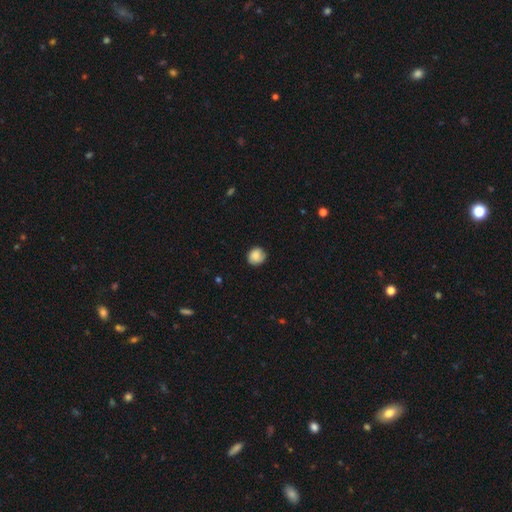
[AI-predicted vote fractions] Smooth or featured? Predicted: smooth (p=0.79). How rounded? Predicted: round (p=0.82). Merging? Predicted: none (p=0.76).